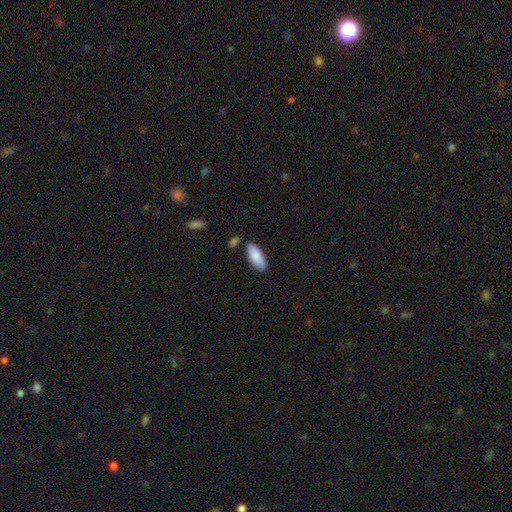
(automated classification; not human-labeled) The model was most divided on "how rounded": in between: 81%, cigar-shaped: 17%, round: 2%. More confident: smooth or featured — smooth (87%); merging — none (79%).